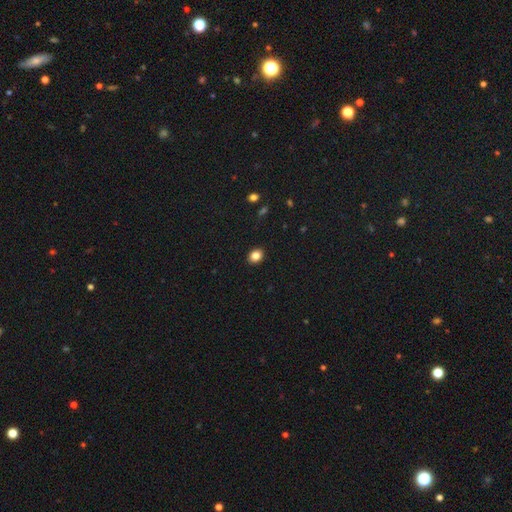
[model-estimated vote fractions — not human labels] smooth-or-featured: smooth: 84% | star or artifact: 10% | featured or disk: 5%
  how-rounded: round: 55% | in between: 44% | cigar-shaped: 1%
  merging: none: 91% | minor disturbance: 6% | major disturbance: 2% | merger: 1%